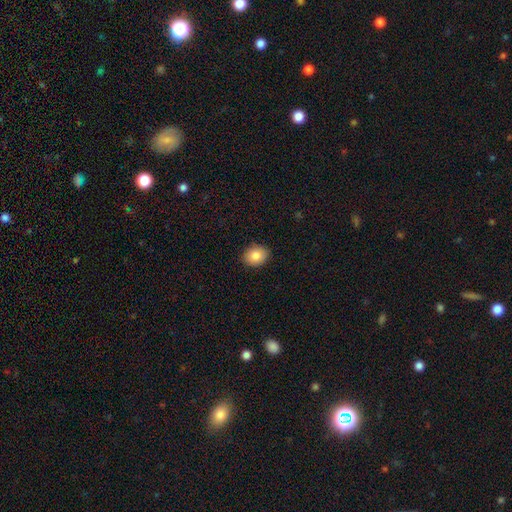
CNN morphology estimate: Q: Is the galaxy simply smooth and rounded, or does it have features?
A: smooth — 85%.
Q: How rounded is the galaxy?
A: in between — 57%.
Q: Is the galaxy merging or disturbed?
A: none — 90%.